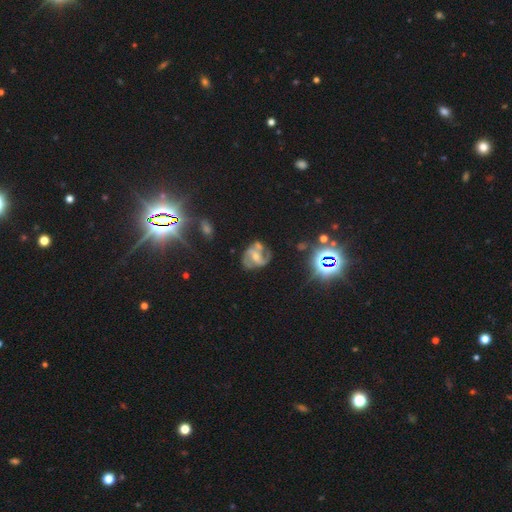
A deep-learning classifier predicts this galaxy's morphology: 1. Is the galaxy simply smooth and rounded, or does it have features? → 79% featured or disk, 12% star or artifact, 10% smooth.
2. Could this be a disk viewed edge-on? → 97% no, 3% yes.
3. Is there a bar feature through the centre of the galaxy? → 41% weak, 30% no, 29% strong.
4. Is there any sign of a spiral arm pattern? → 93% yes, 7% no.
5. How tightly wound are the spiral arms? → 50% medium, 28% loose, 22% tight.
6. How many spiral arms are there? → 62% 2, 19% 3, 10% can't tell, 4% 1, 3% 4, 2% more than 4.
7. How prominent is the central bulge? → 50% small, 44% moderate, 3% none, 2% large, 1% dominant.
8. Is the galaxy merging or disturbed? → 55% none, 22% minor disturbance, 13% major disturbance, 10% merger.